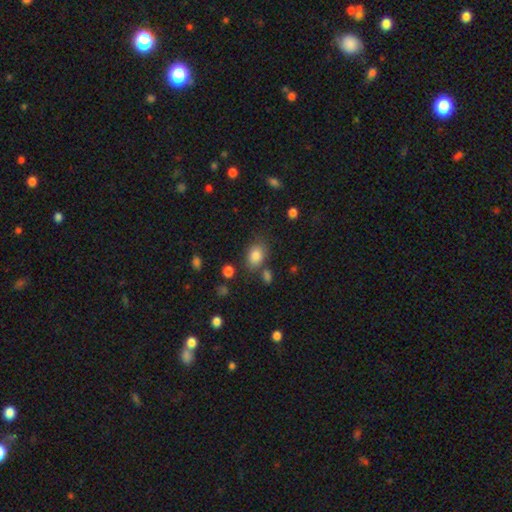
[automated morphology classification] smooth 84%, star or artifact 10%, featured or disk 7%. Down the decision tree: how rounded — in between (75%); merging — none (70%).